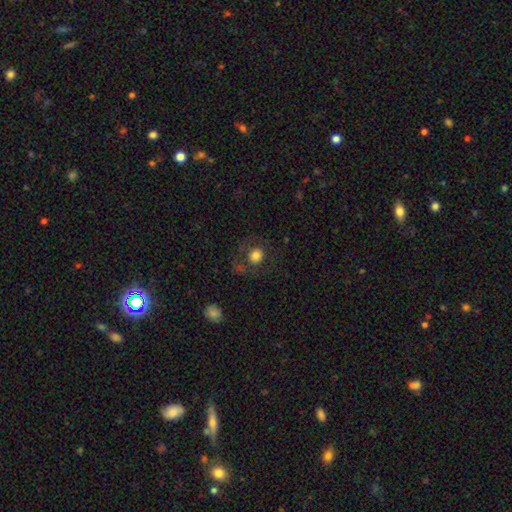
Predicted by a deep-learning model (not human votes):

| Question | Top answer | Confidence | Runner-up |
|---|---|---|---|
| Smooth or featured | smooth | 73% | featured or disk (16%) |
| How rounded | round | 84% | in between (15%) |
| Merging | none | 69% | minor disturbance (14%) |